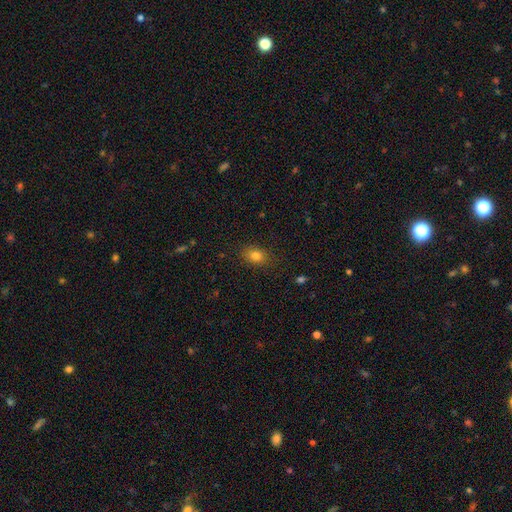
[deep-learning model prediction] smooth-or-featured: smooth: 82% | star or artifact: 11% | featured or disk: 7%
  how-rounded: in between: 68% | round: 31% | cigar-shaped: 2%
  merging: none: 84% | minor disturbance: 11% | major disturbance: 3% | merger: 1%